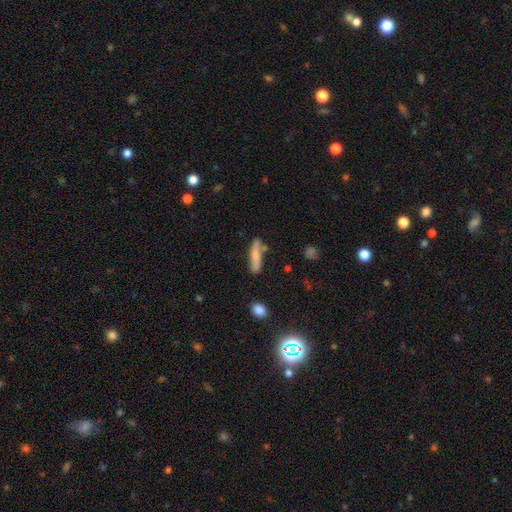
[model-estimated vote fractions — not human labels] A smooth galaxy with no disk features (70%) that is cigar-shaped (78%). Merging: none (67%).